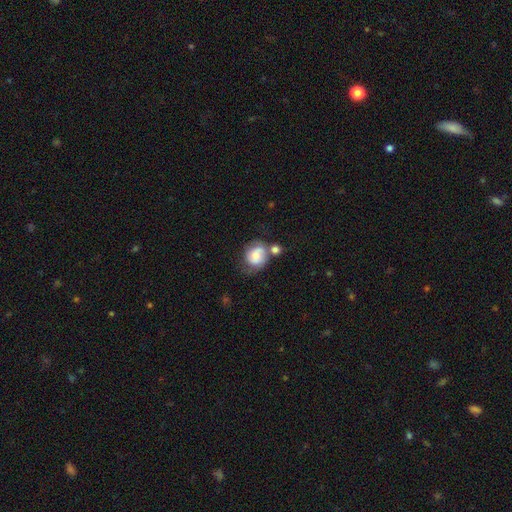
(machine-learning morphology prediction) smooth-or-featured: smooth: 53% | featured or disk: 38% | star or artifact: 8%
  how-rounded: round: 71% | in between: 28% | cigar-shaped: 1%
  merging: none: 40% | merger: 27% | minor disturbance: 21% | major disturbance: 12%